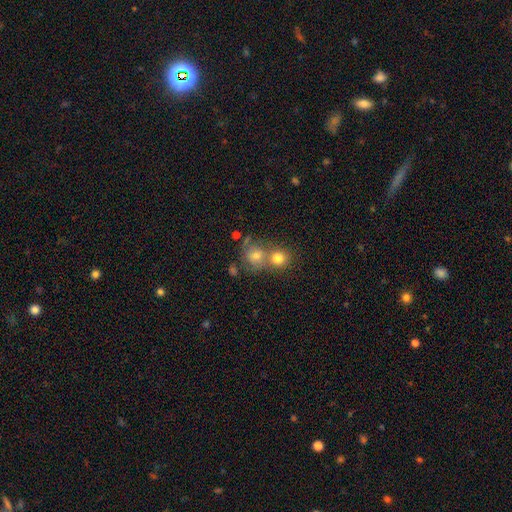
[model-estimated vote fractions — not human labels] Overall: smooth (70%). How rounded: round (77%). Merging: merger (47%; none 39%).